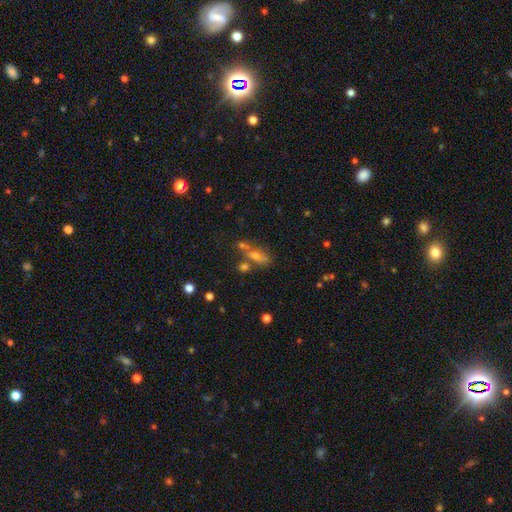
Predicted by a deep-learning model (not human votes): This appears to be a smooth galaxy with no disk features (50%) that is in between round and cigar-shaped (59%). Merging: none (48%).